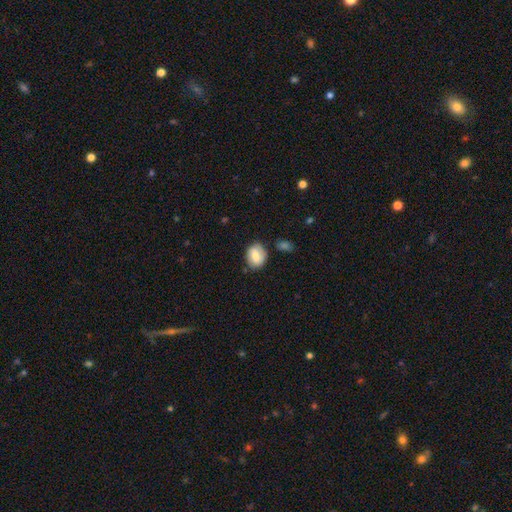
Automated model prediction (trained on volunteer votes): smooth 72%, featured or disk 20%, star or artifact 7%. Down the decision tree: how rounded — in between (52%); merging — none (74%).